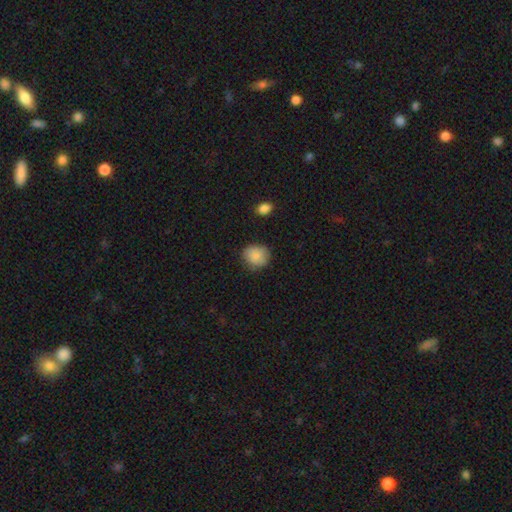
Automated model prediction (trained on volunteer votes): A smooth galaxy with no disk features (86%) that is round (78%).

Vote fractions:
- Smooth or featured? smooth: 86% / star or artifact: 8% / featured or disk: 6%
- How rounded? round: 78% / in between: 21% / cigar-shaped: 1%
- Merging? none: 81% / minor disturbance: 14% / major disturbance: 3% / merger: 2%